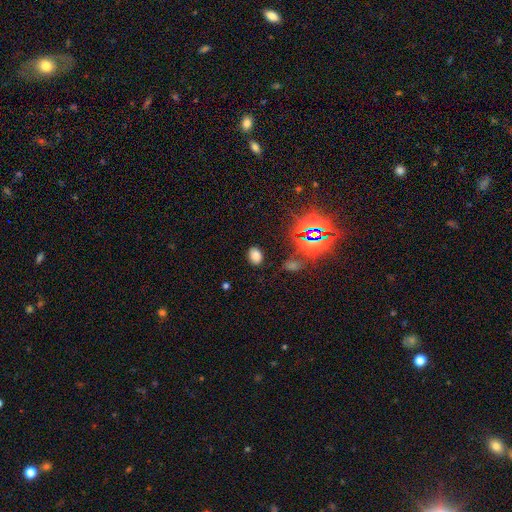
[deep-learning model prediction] Smooth or featured? Predicted: smooth (p=0.69). How rounded? Predicted: in between (p=0.79). Merging? Predicted: none (p=0.86).